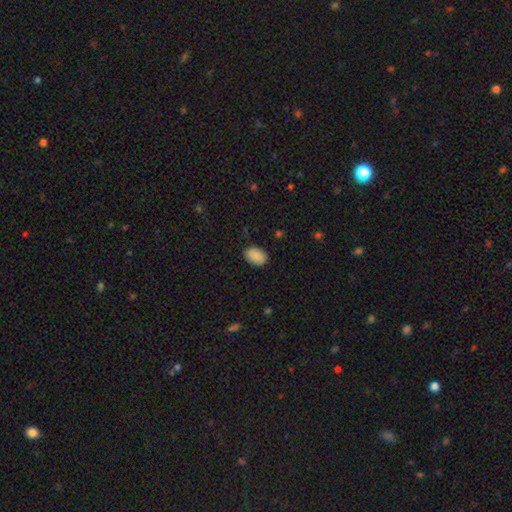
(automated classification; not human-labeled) The model was most divided on "merging": none: 84%, minor disturbance: 12%, major disturbance: 3%, merger: 1%. More confident: smooth or featured — smooth (89%); how rounded — in between (87%).